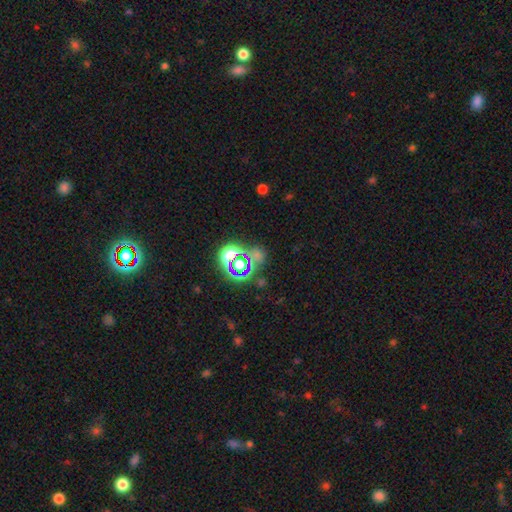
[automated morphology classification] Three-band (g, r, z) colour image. It shows a star or artifact, not a galaxy (69%).